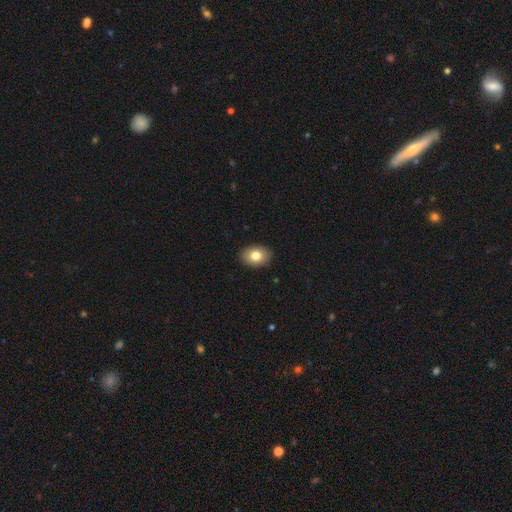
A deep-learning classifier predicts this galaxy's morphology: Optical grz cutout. It shows a smooth galaxy with no disk features (81%) that is in between round and cigar-shaped (73%). Merging: none (90%).